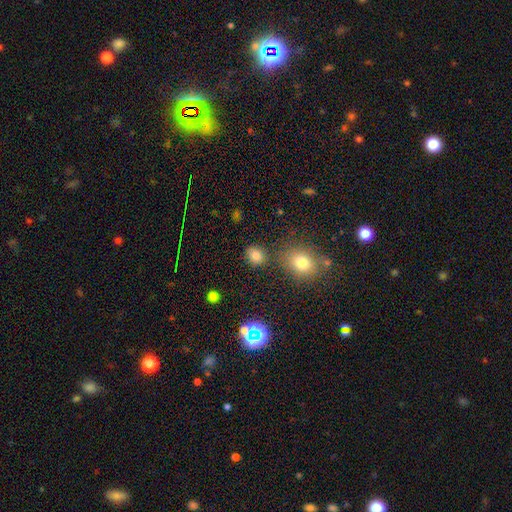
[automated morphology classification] smooth 80%, star or artifact 14%, featured or disk 7%. Down the decision tree: how rounded — round (66%); merging — none (81%).